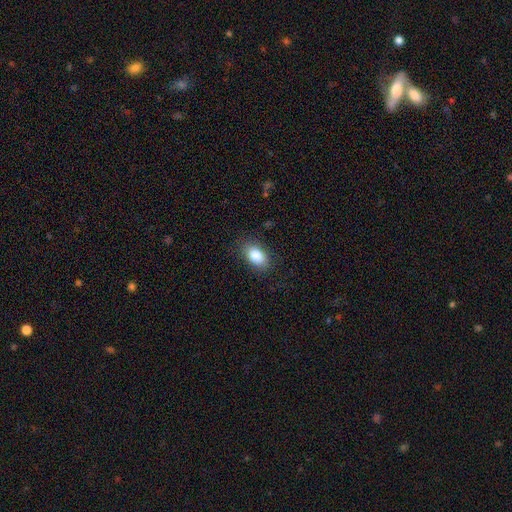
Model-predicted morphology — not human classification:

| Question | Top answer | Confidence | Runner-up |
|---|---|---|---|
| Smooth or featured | smooth | 84% | featured or disk (8%) |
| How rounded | in between | 89% | round (9%) |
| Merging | none | 85% | minor disturbance (11%) |